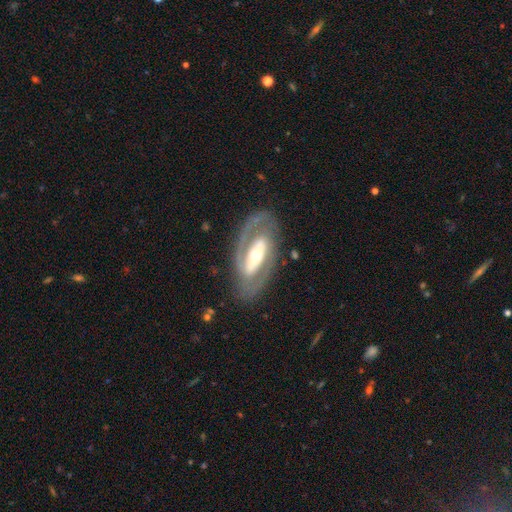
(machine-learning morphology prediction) Smooth or featured: featured or disk — 85% (smooth — 11%)
Edge-on disk: no — 93% (yes — 7%)
Bar: strong — 53% (weak — 25%)
Spiral arms: yes — 81% (no — 19%)
Spiral winding: medium — 44% (tight — 41%)
Spiral arm count: 2 — 85% (can't tell — 7%)
Bulge size: moderate — 59% (small — 30%)
Merging: none — 81% (minor disturbance — 12%)